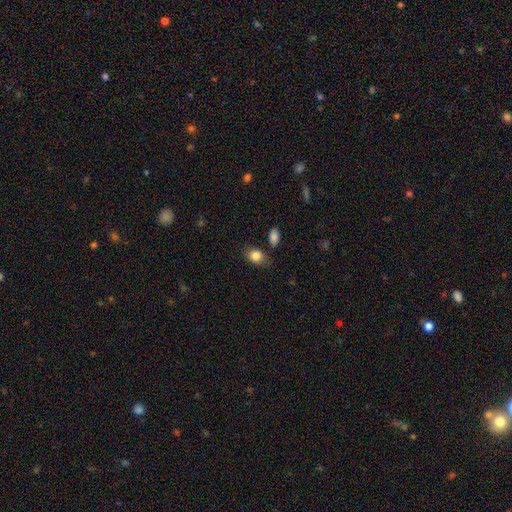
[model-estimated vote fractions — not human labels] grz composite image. It shows a smooth galaxy with no disk features (84%) that is in between round and cigar-shaped (65%). Merging: none (70%).